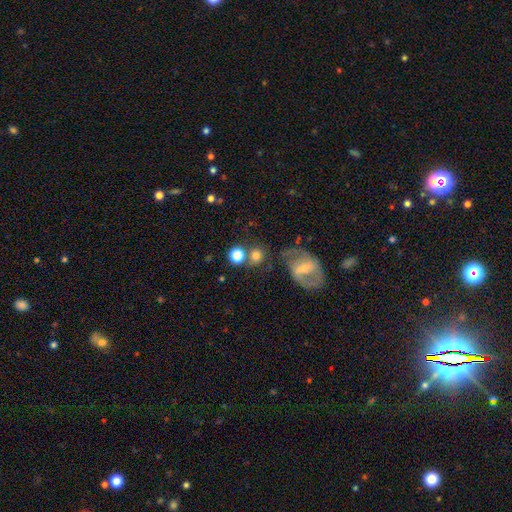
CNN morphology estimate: Smooth or featured?
  - smooth: 72% *
  - featured or disk: 18%
  - star or artifact: 10%
How rounded?
  - round: 87% *
  - in between: 12%
  - cigar-shaped: 1%
Merging?
  - none: 62% *
  - merger: 22%
  - minor disturbance: 10%
  - major disturbance: 6%